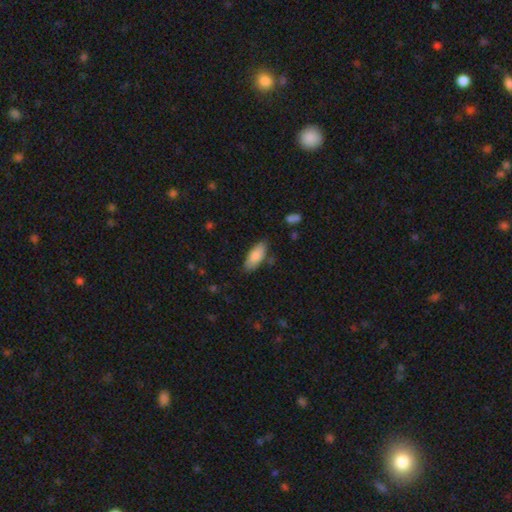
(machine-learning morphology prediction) smooth_or_featured: smooth (p=0.84) [alt: featured or disk p=0.10]
how_rounded: in between (p=0.80) [alt: cigar-shaped p=0.18]
merging: none (p=0.80) [alt: minor disturbance p=0.15]